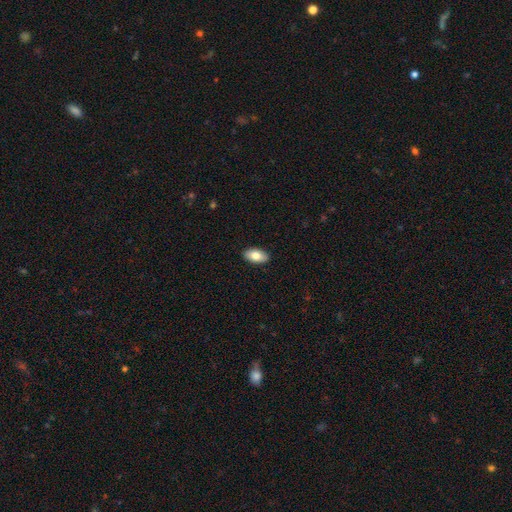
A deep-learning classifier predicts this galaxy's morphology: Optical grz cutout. It shows a smooth galaxy with no disk features (79%) that is in between round and cigar-shaped (93%). Merging: none (90%).